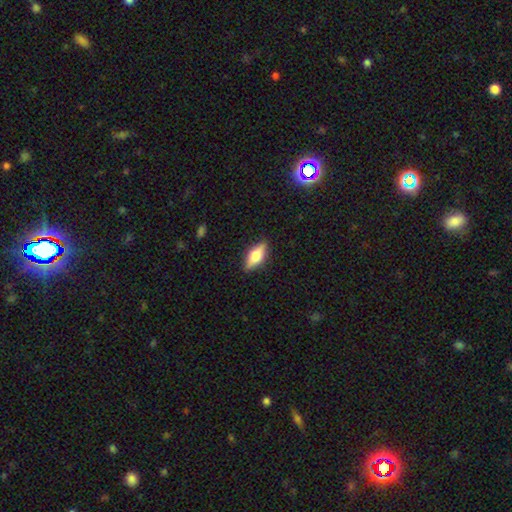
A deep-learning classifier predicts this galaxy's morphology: type=smooth (54%); roundness=in between (73%); merging=none (87%).